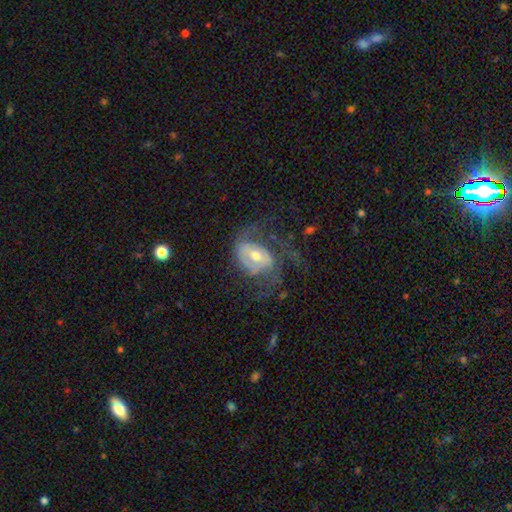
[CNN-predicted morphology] smooth_or_featured: featured or disk (p=0.72) [alt: smooth p=0.21]
disk_edge_on: no (p=0.96) [alt: yes p=0.04]
bar: no (p=0.44) [alt: weak p=0.40]
has_spiral_arms: yes (p=0.78) [alt: no p=0.22]
spiral_winding: medium (p=0.41) [alt: loose p=0.33]
spiral_arm_count: 2 (p=0.44) [alt: can't tell p=0.26]
bulge_size: moderate (p=0.67) [alt: small p=0.25]
merging: major disturbance (p=0.40) [alt: none p=0.38]